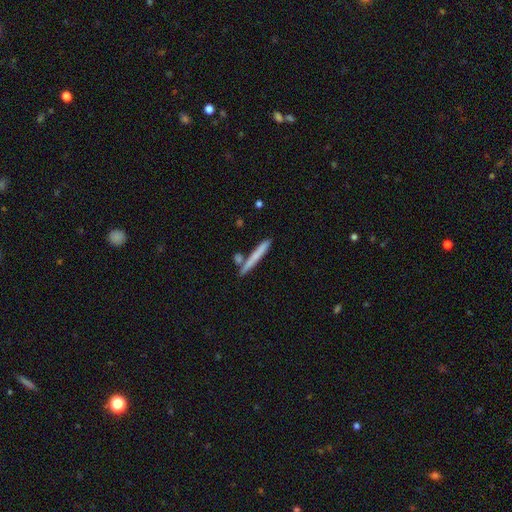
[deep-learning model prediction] Q: Smooth or featured?
A: smooth (65%); runner-up: featured or disk (28%)
Q: How rounded?
A: cigar-shaped (96%); runner-up: in between (3%)
Q: Merging?
A: none (78%); runner-up: minor disturbance (10%)